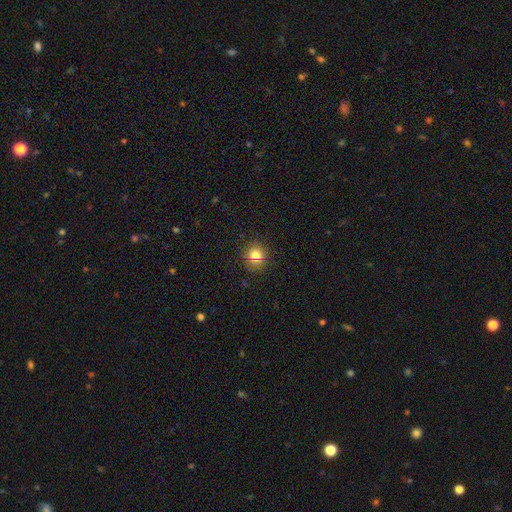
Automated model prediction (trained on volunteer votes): This is likely a smooth galaxy (78%). How rounded: clearly round (88%). Merging: clearly none (87%).